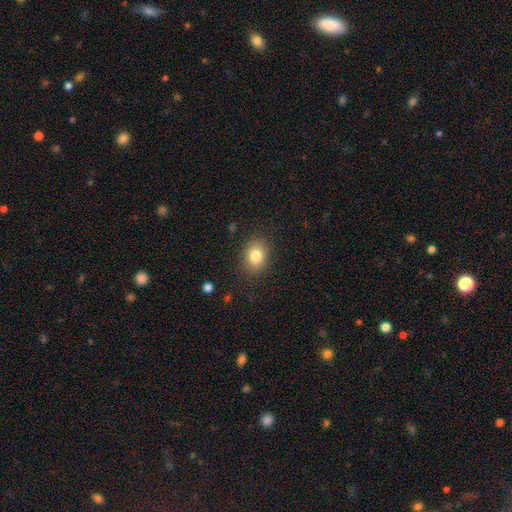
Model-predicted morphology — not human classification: smooth-or-featured: smooth: 81% | star or artifact: 10% | featured or disk: 8%
  how-rounded: in between: 55% | round: 44% | cigar-shaped: 1%
  merging: none: 86% | minor disturbance: 10% | major disturbance: 3% | merger: 1%